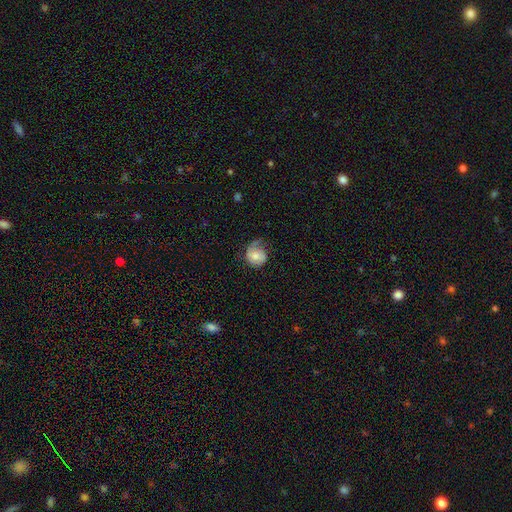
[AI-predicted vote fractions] Overall: smooth (62%; featured or disk 31%). How rounded: round (76%). Merging: none (44%; minor disturbance 32%).